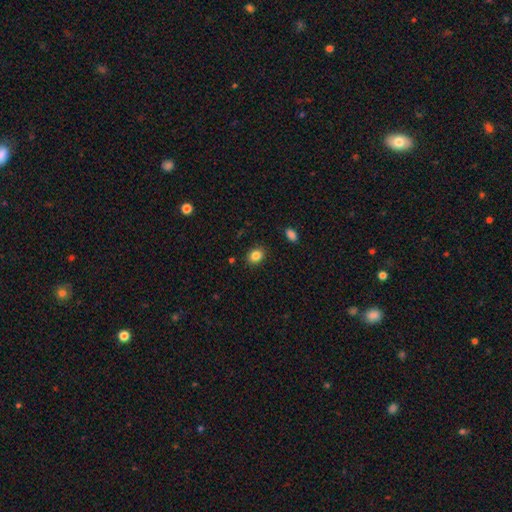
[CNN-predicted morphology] Smooth or featured?
  - smooth: 85% *
  - star or artifact: 10%
  - featured or disk: 5%
How rounded?
  - in between: 53% *
  - round: 46%
  - cigar-shaped: 1%
Merging?
  - none: 88% *
  - minor disturbance: 8%
  - major disturbance: 2%
  - merger: 1%